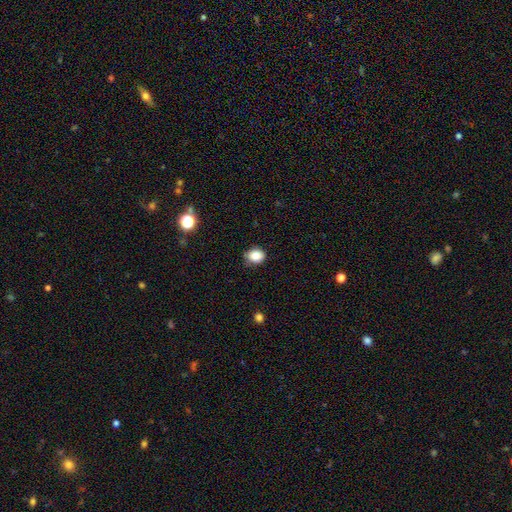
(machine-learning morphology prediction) A smooth galaxy with no disk features (84%) that is round (60%). Merging: none (74%).